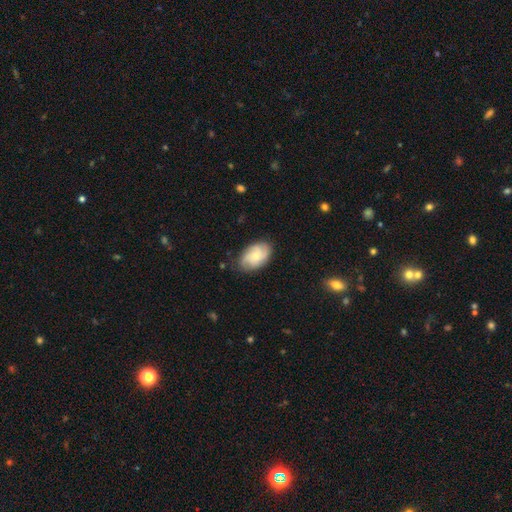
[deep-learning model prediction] Smooth or featured?
  - smooth: 46% * (tied)
  - featured or disk: 46% * (tied)
  - star or artifact: 7%
Merging?
  - none: 77% *
  - minor disturbance: 18%
  - major disturbance: 4%
  - merger: 1%